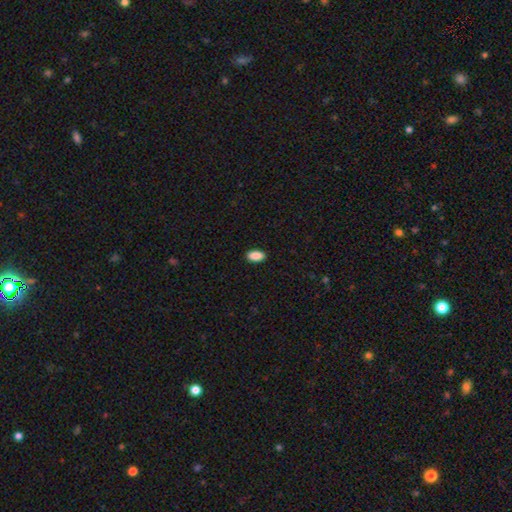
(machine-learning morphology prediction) Overall: smooth (90%). How rounded: in between (92%). Merging: none (90%).